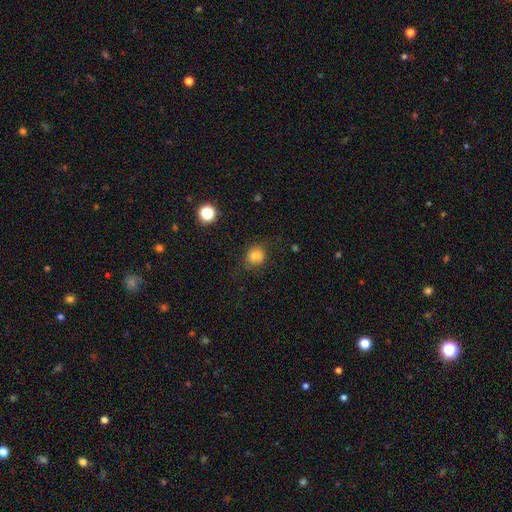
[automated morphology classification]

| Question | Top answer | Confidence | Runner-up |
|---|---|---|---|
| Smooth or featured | smooth | 82% | star or artifact (12%) |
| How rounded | round | 70% | in between (29%) |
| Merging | none | 75% | minor disturbance (16%) |